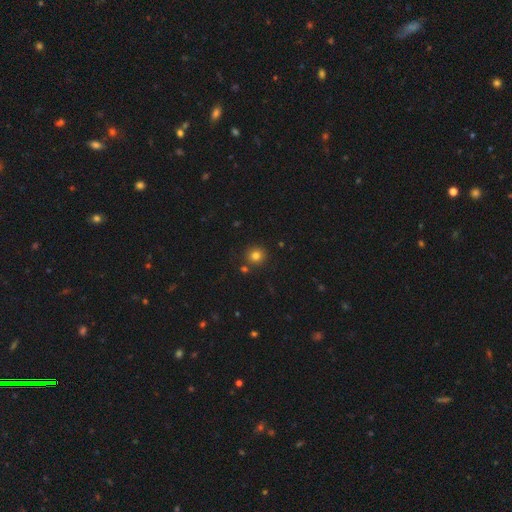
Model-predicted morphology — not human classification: This appears to be a smooth galaxy with no disk features (80%) that is round (93%). Merging: none (85%).